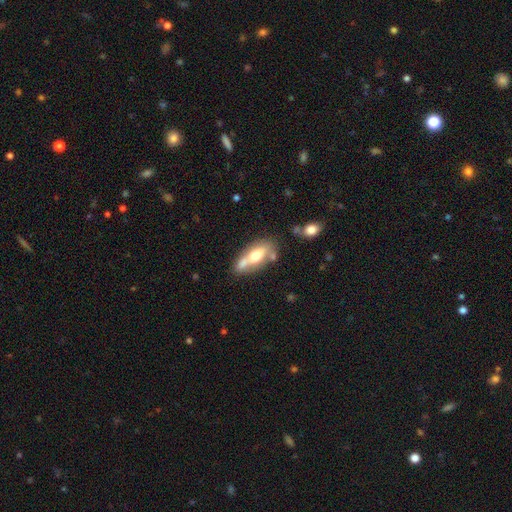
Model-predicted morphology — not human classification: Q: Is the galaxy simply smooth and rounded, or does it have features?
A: smooth — 51%.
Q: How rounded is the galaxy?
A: in between — 70%.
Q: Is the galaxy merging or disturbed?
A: none — 52%.